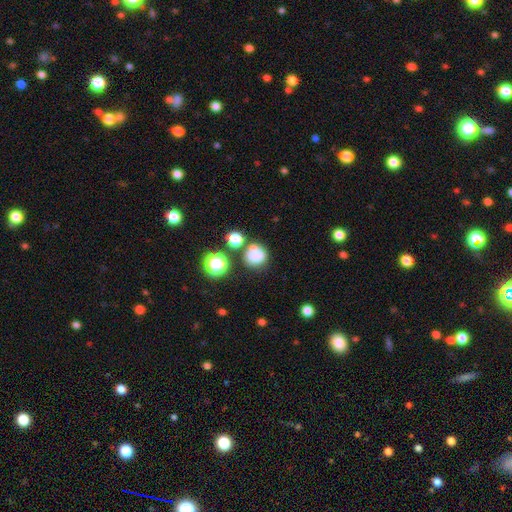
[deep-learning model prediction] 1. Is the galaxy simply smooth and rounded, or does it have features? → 72% smooth, 16% star or artifact, 12% featured or disk.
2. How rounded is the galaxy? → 77% round, 22% in between, 1% cigar-shaped.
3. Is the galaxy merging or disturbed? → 53% none, 27% merger, 13% minor disturbance, 7% major disturbance.